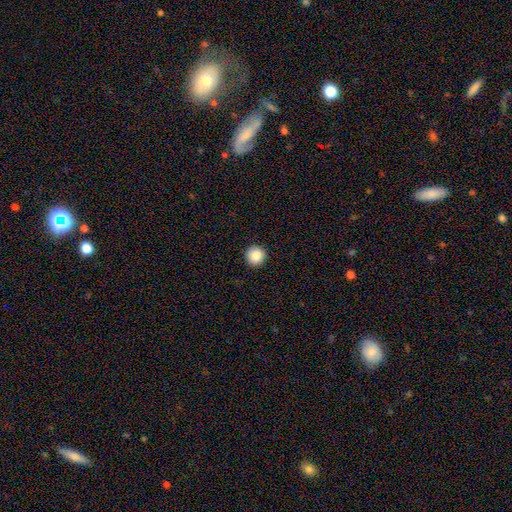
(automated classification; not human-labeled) Smooth or featured: smooth — 88% (star or artifact — 9%)
How rounded: round — 95% (in between — 4%)
Merging: none — 92% (minor disturbance — 5%)